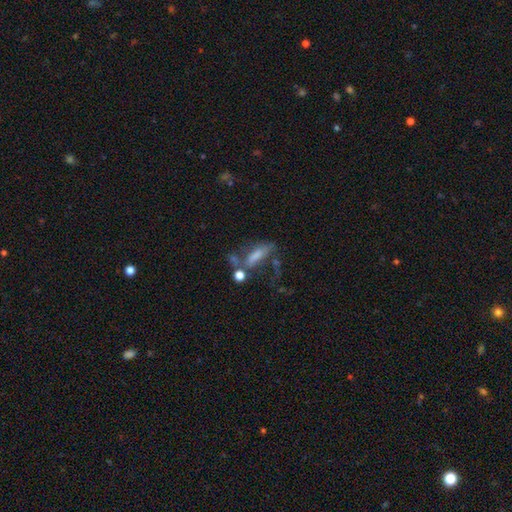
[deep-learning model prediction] Smooth or featured?
  - featured or disk: 41% *
  - smooth: 40%
  - star or artifact: 19%
Merging?
  - none: 34% *
  - major disturbance: 25%
  - merger: 23%
  - minor disturbance: 17%